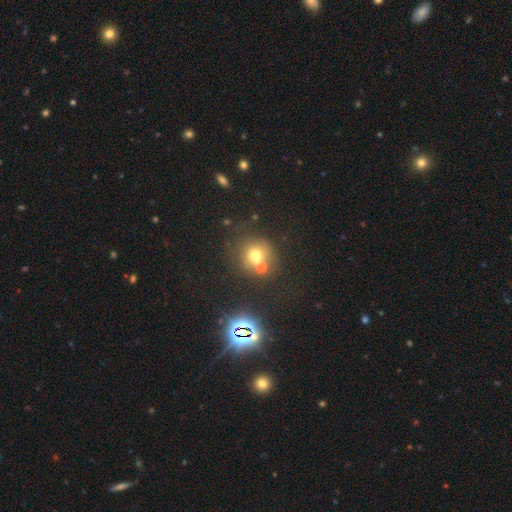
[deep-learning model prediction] A smooth galaxy with no disk features (63%) that is round (86%). Merging: none (49%).